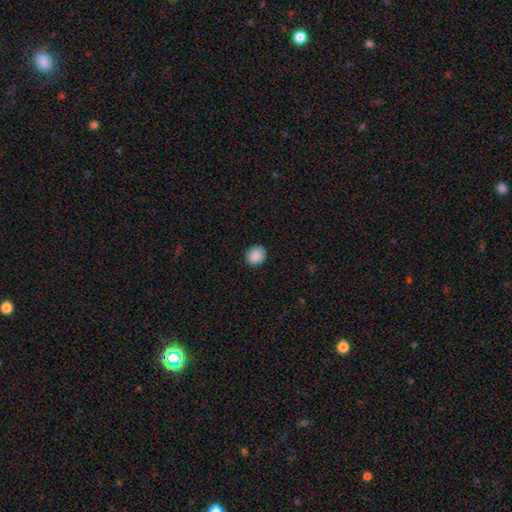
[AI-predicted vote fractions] Smooth or featured? smooth (89%)
How rounded? round (75%)
Merging? none (89%)